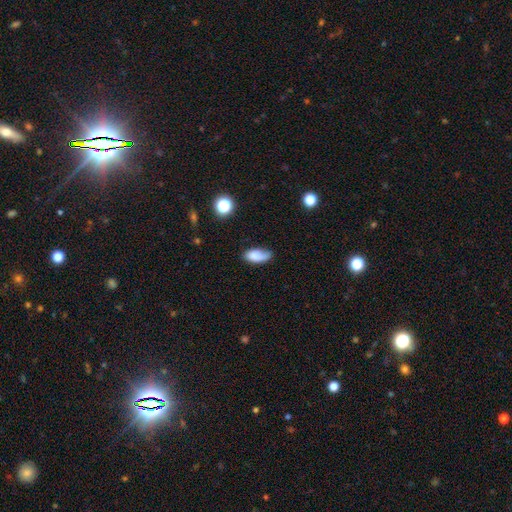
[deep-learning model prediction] A smooth galaxy with no disk features (79%) that is in between round and cigar-shaped (91%).

Vote fractions:
- Smooth or featured? smooth: 79% / featured or disk: 12% / star or artifact: 8%
- How rounded? in between: 91% / cigar-shaped: 5% / round: 4%
- Merging? none: 54% / minor disturbance: 32% / major disturbance: 11% / merger: 3%